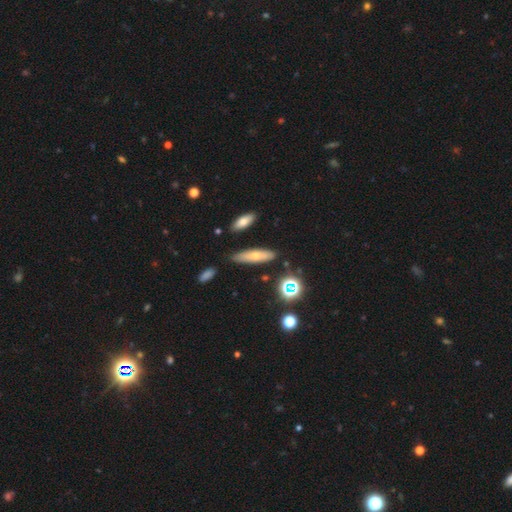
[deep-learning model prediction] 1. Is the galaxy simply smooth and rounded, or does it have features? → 60% smooth, 29% featured or disk, 11% star or artifact.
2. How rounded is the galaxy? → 62% cigar-shaped, 34% in between, 3% round.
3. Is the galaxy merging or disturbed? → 80% none, 13% minor disturbance, 4% merger, 3% major disturbance.